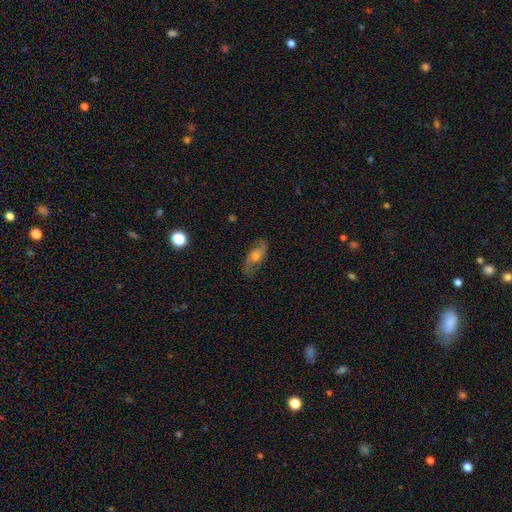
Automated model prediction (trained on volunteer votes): Q: Smooth or featured?
A: featured or disk (63%); runner-up: smooth (27%)
Q: Edge-on disk?
A: no (86%); runner-up: yes (14%)
Q: Bar?
A: no (60%); runner-up: weak (31%)
Q: Spiral arms?
A: yes (87%); runner-up: no (13%)
Q: Bulge size?
A: moderate (59%); runner-up: small (20%)
Q: Merging?
A: none (78%); runner-up: minor disturbance (15%)